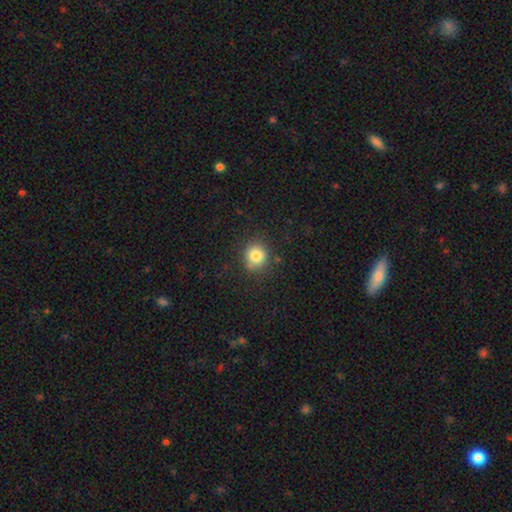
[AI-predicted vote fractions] Smooth or featured: smooth — 82% (star or artifact — 12%)
How rounded: round — 88% (in between — 11%)
Merging: none — 82% (minor disturbance — 11%)